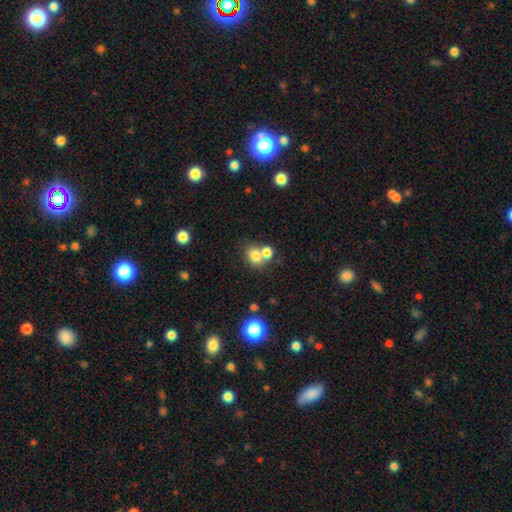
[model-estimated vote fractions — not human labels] This appears to be a smooth galaxy with no disk features (76%) that is round (56%). Merging: merger (51%).